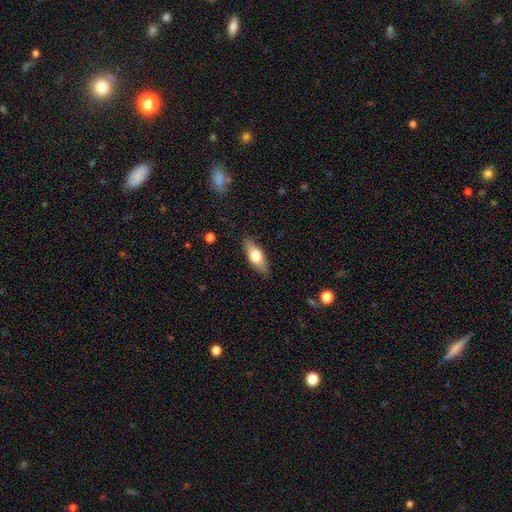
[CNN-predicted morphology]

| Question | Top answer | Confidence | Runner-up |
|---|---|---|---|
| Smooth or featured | smooth | 62% | featured or disk (32%) |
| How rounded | in between | 70% | cigar-shaped (27%) |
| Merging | none | 87% | minor disturbance (10%) |